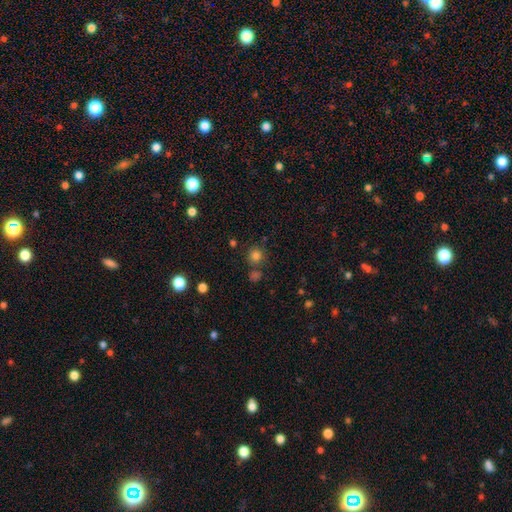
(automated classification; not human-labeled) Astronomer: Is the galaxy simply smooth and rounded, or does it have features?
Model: smooth — 79%.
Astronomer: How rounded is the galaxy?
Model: round — 91%.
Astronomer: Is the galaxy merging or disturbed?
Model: none — 73%.